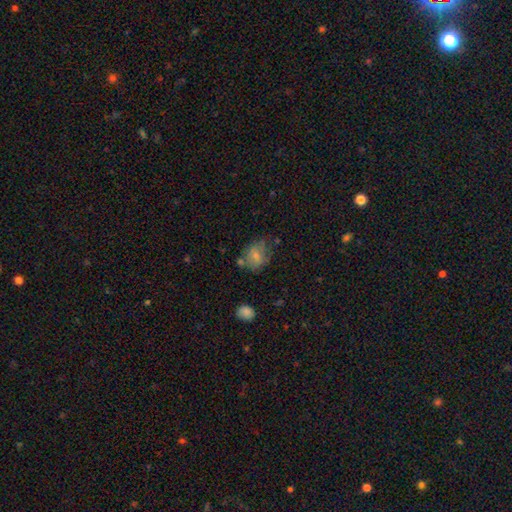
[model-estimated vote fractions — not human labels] Morphology: type=smooth (66%); roundness=round (52%); merging=none (48%).